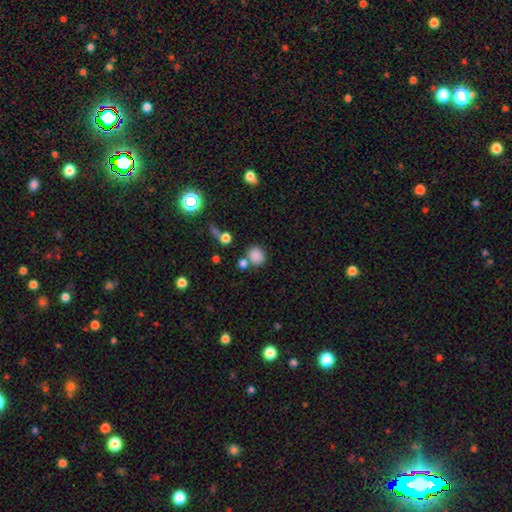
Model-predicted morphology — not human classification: type=smooth (83%); roundness=round (76%); merging=none (66%).